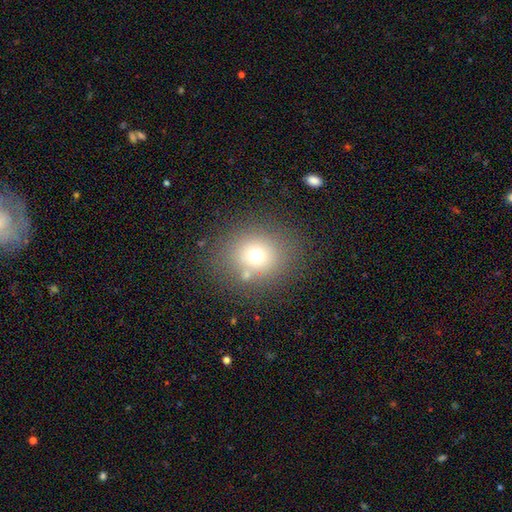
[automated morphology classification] A smooth galaxy with no disk features (69%) that is round (69%). Merging: none (78%).